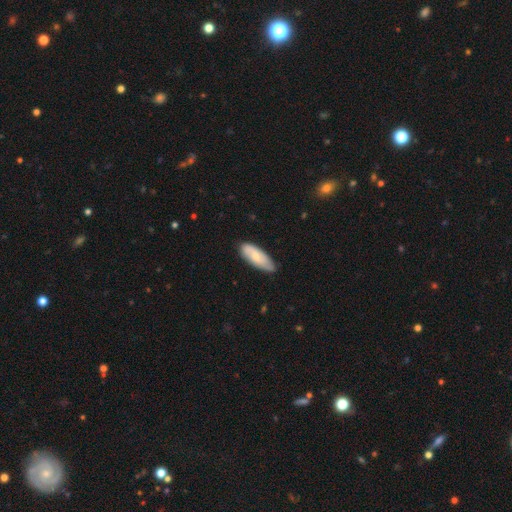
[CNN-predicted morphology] Smooth or featured? smooth (66%)
How rounded? in between (72%)
Merging? none (74%)